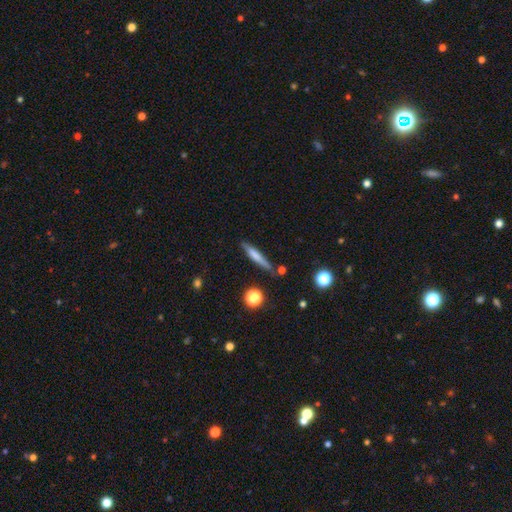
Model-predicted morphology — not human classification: Smooth or featured?
  - smooth: 62% *
  - featured or disk: 30%
  - star or artifact: 8%
How rounded?
  - cigar-shaped: 91% *
  - in between: 7%
  - round: 2%
Merging?
  - none: 78% *
  - minor disturbance: 14%
  - merger: 5%
  - major disturbance: 3%